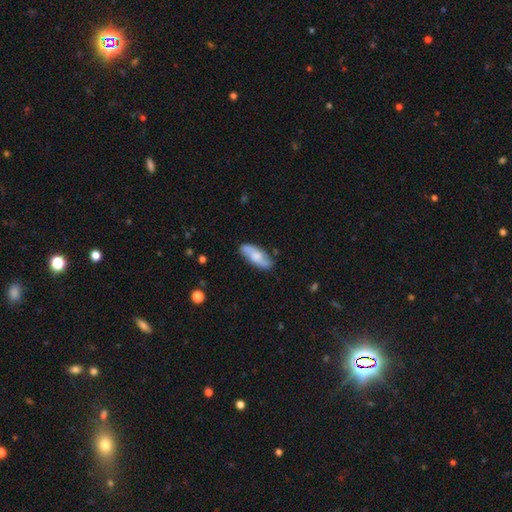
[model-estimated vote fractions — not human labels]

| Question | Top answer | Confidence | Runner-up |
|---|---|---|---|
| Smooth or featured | smooth | 56% | featured or disk (38%) |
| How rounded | in between | 73% | cigar-shaped (25%) |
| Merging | none | 81% | minor disturbance (14%) |